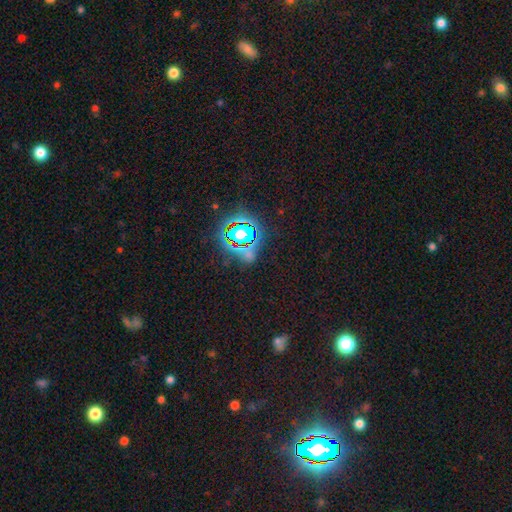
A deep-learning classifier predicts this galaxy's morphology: A star or artifact, not a galaxy (70%).